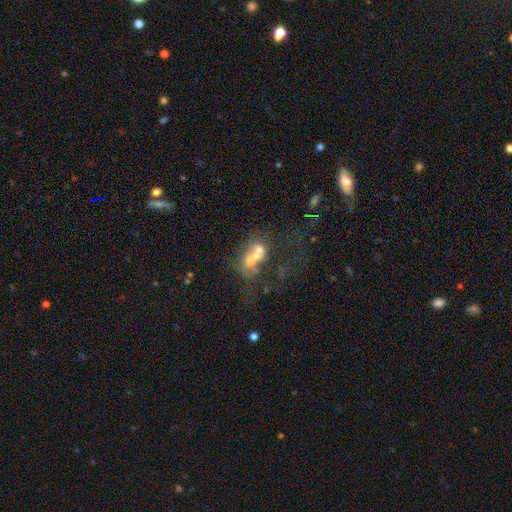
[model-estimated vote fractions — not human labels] Smooth or featured? Predicted: featured or disk (p=0.42). Merging? Predicted: merger (p=0.47).